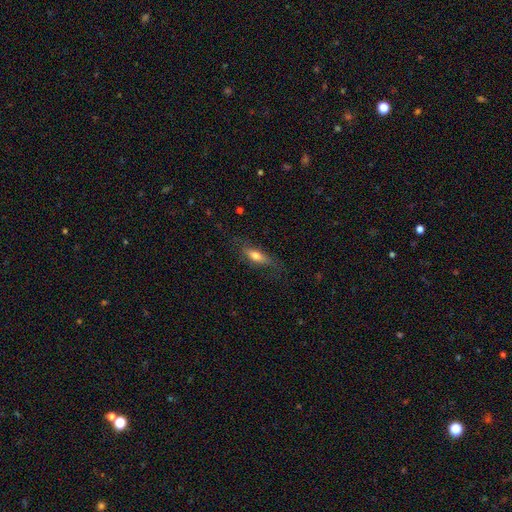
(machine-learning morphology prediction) smooth_or_featured: smooth (p=0.65) [alt: featured or disk p=0.28]
how_rounded: in between (p=0.49) [alt: cigar-shaped p=0.48]
merging: none (p=0.71) [alt: minor disturbance p=0.20]